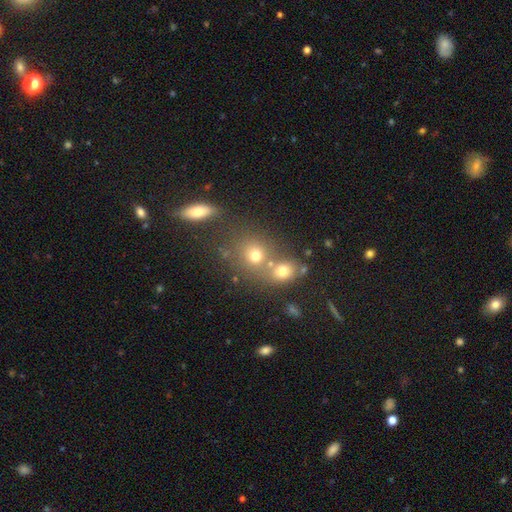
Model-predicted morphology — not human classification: type=smooth (66%); roundness=round (77%); merging=none (48%).